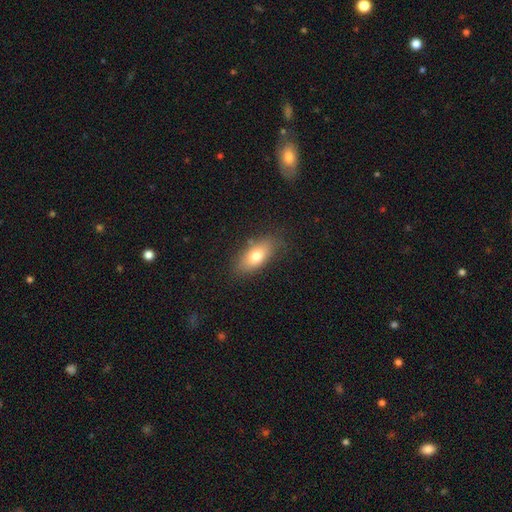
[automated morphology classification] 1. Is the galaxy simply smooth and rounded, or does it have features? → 73% smooth, 19% featured or disk, 8% star or artifact.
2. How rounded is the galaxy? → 84% in between, 10% cigar-shaped, 6% round.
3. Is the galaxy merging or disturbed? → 80% none, 14% minor disturbance, 4% major disturbance, 2% merger.